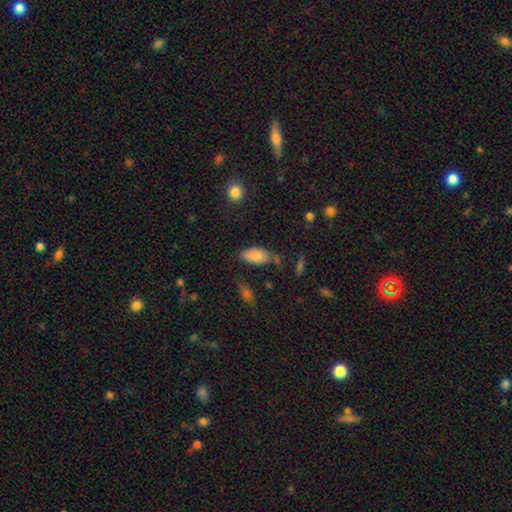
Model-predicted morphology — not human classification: The model was most divided on "merging": none: 54%, minor disturbance: 30%, major disturbance: 10%, merger: 6%. More confident: how rounded — in between (93%); smooth or featured — smooth (83%).